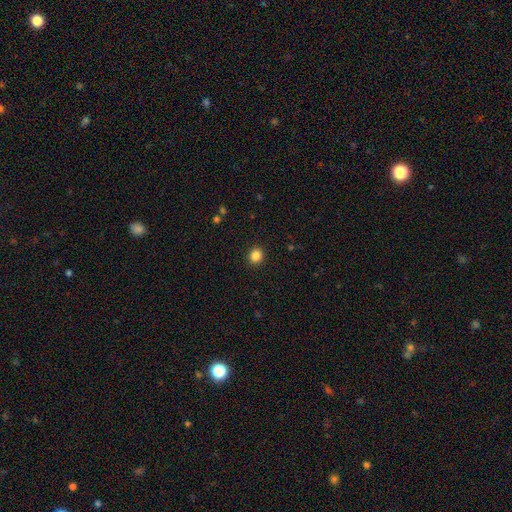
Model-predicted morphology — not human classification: Overall: smooth (85%). How rounded: round (87%). Merging: none (92%).